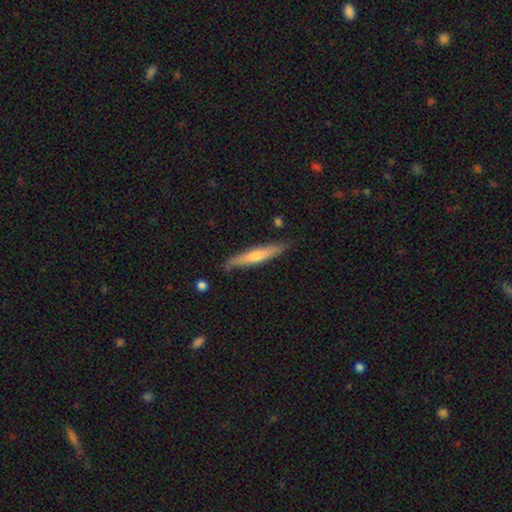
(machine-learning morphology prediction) Q: Smooth or featured?
A: featured or disk (50%); runner-up: smooth (44%)
Q: Edge-on disk?
A: yes (93%); runner-up: no (7%)
Q: Merging?
A: none (86%); runner-up: minor disturbance (11%)